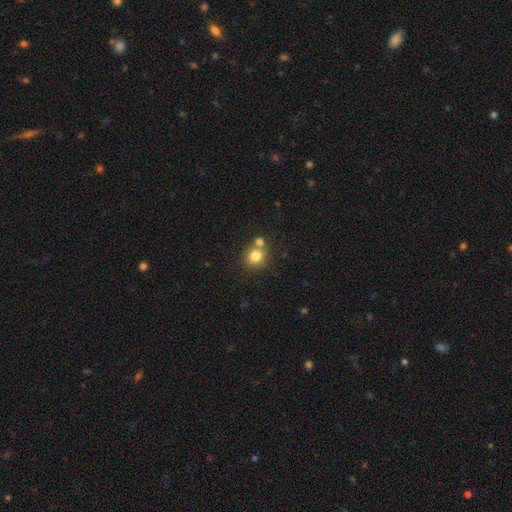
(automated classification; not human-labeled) The model was most divided on "merging": none: 60%, merger: 28%, minor disturbance: 9%, major disturbance: 3%. More confident: how rounded — round (84%); smooth or featured — smooth (80%).